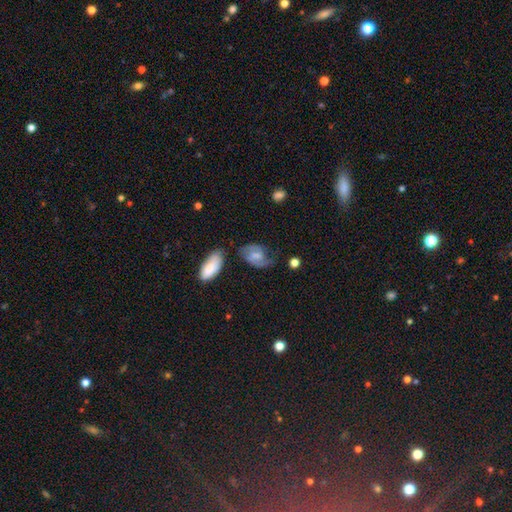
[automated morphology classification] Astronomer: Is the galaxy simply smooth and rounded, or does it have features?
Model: featured or disk — 67%.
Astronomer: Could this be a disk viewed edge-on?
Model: no — 96%.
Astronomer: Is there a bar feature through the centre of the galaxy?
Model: weak — 51% (runner-up: no, 33%).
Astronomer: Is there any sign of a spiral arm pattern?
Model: yes — 91%.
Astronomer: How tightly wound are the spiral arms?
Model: medium — 49% (runner-up: loose, 29%).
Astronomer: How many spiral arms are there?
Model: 2 — 86%.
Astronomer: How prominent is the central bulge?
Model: moderate — 35% (runner-up: small, 33%).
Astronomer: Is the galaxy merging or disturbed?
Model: none — 58%.